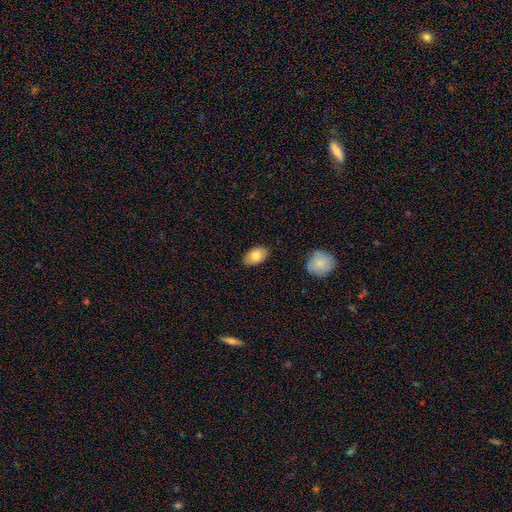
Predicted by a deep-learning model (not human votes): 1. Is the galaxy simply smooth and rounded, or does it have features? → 82% smooth, 12% featured or disk, 7% star or artifact.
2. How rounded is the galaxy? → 92% in between, 6% round, 1% cigar-shaped.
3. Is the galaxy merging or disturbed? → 86% none, 11% minor disturbance, 2% major disturbance, 1% merger.